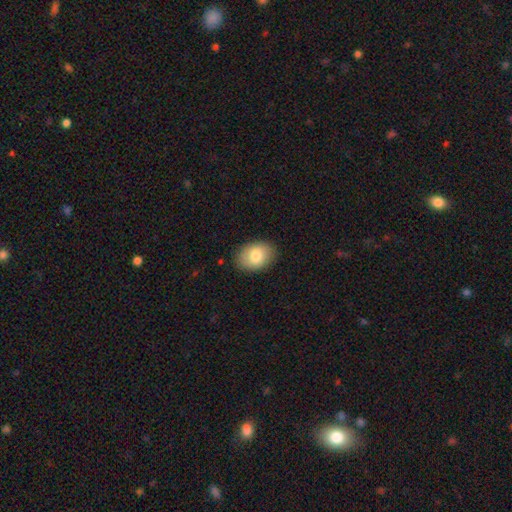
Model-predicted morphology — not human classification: This is clearly a smooth galaxy (80%). How rounded: clearly in between (81%). Merging: clearly none (87%).